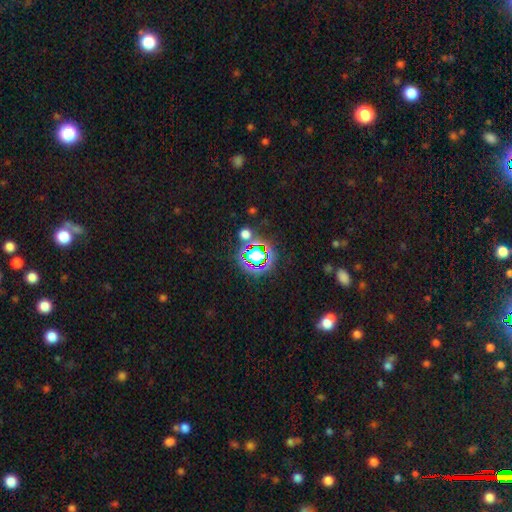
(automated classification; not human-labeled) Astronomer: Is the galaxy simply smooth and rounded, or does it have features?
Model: star or artifact — 60%.